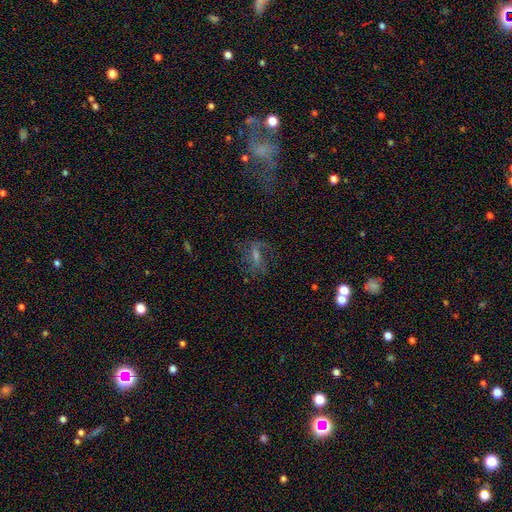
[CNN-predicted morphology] Q: Smooth or featured?
A: featured or disk (52%); runner-up: smooth (30%)
Q: Edge-on disk?
A: no (92%); runner-up: yes (8%)
Q: Merging?
A: none (55%); runner-up: major disturbance (24%)